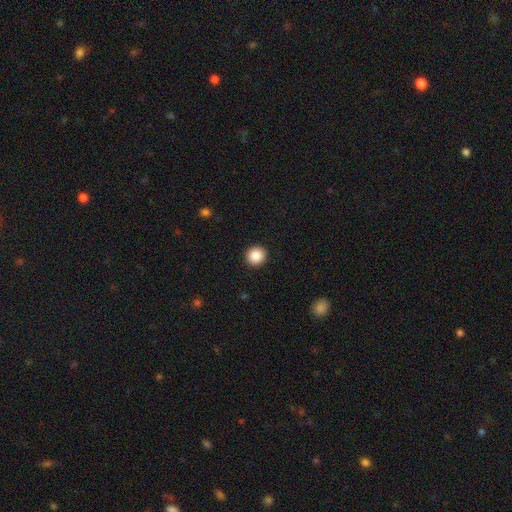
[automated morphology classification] A smooth galaxy with no disk features (88%) that is round (93%).

Vote fractions:
- Smooth or featured? smooth: 88% / star or artifact: 9% / featured or disk: 3%
- How rounded? round: 93% / in between: 6% / cigar-shaped: 1%
- Merging? none: 92% / minor disturbance: 5% / major disturbance: 2% / merger: 1%